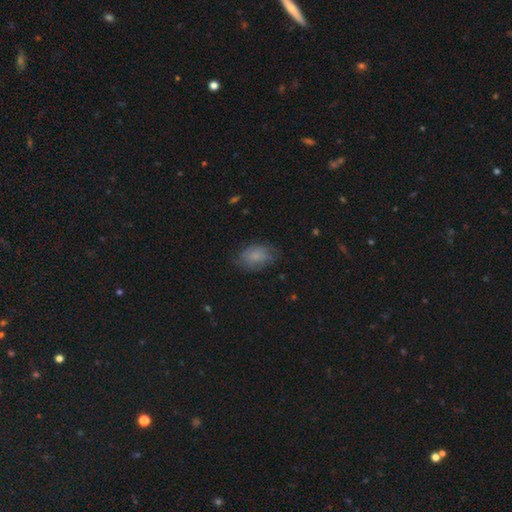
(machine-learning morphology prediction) smooth-or-featured: smooth: 68% | featured or disk: 22% | star or artifact: 10%
  how-rounded: in between: 84% | round: 15% | cigar-shaped: 2%
  merging: none: 67% | minor disturbance: 23% | major disturbance: 9% | merger: 1%